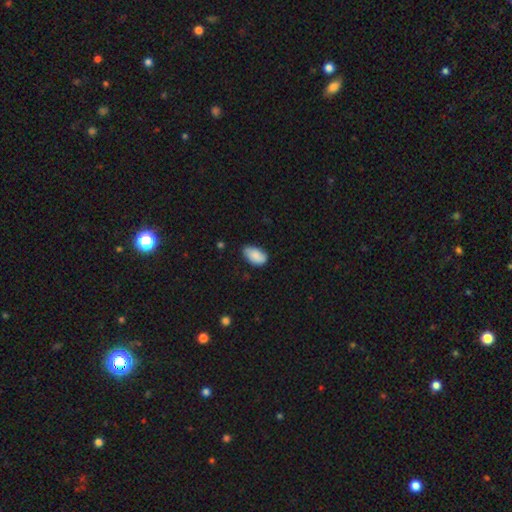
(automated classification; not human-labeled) Smooth or featured? Predicted: smooth (p=0.87). How rounded? Predicted: in between (p=0.94). Merging? Predicted: none (p=0.64).